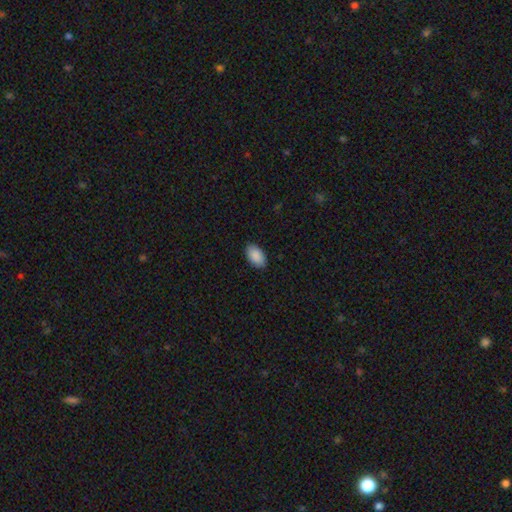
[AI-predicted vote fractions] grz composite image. It shows a smooth galaxy with no disk features (91%) that is in between round and cigar-shaped (95%). Merging: none (88%).